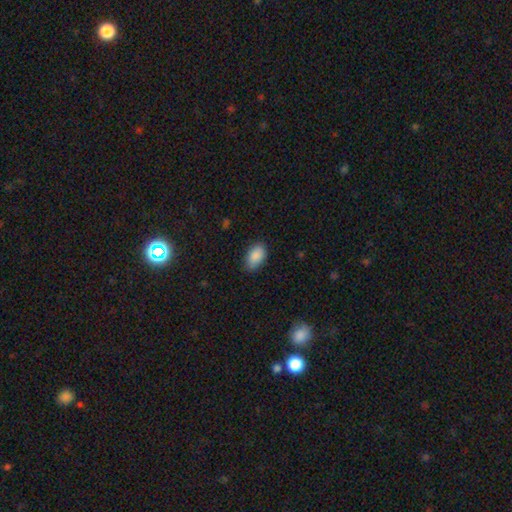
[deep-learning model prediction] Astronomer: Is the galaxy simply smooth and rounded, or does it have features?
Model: smooth — 89%.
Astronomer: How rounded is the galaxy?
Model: in between — 93%.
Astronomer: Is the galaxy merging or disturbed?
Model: none — 80%.